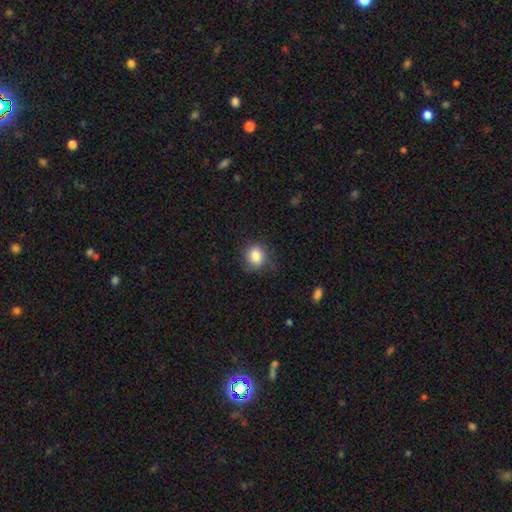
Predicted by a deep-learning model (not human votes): Smooth or featured: smooth — 84% (star or artifact — 10%)
How rounded: round — 84% (in between — 16%)
Merging: none — 81% (minor disturbance — 14%)